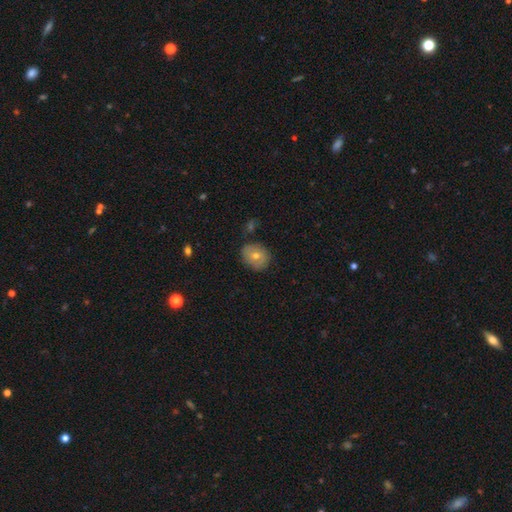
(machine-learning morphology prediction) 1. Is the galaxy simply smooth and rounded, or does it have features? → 61% smooth, 27% featured or disk, 12% star or artifact.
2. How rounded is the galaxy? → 64% round, 35% in between, 1% cigar-shaped.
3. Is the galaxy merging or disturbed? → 82% none, 13% minor disturbance, 3% major disturbance, 3% merger.